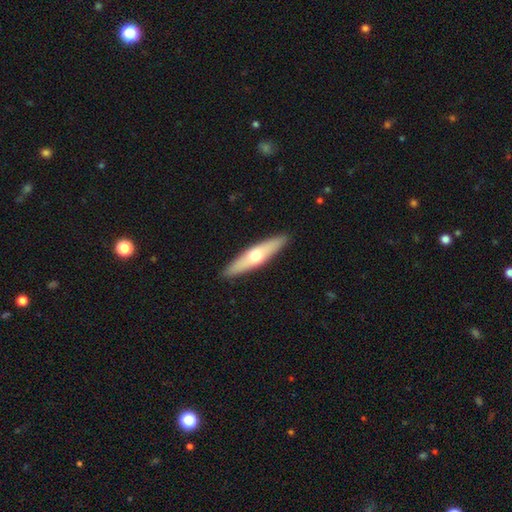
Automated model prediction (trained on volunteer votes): smooth-or-featured: smooth: 49% | featured or disk: 47% | star or artifact: 5%
  merging: none: 91% | minor disturbance: 7% | major disturbance: 2% | merger: 1%